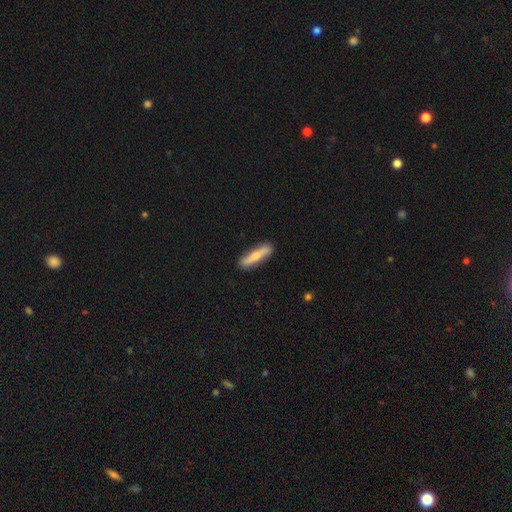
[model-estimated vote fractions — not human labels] Overall: smooth (58%; featured or disk 37%). How rounded: cigar-shaped (80%). Merging: none (86%).